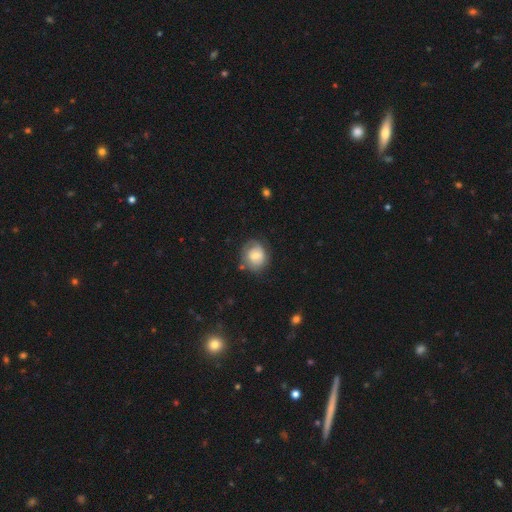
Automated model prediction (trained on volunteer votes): smooth_or_featured: smooth (p=0.62) [alt: featured or disk p=0.30]
how_rounded: round (p=0.70) [alt: in between p=0.29]
merging: none (p=0.66) [alt: minor disturbance p=0.23]